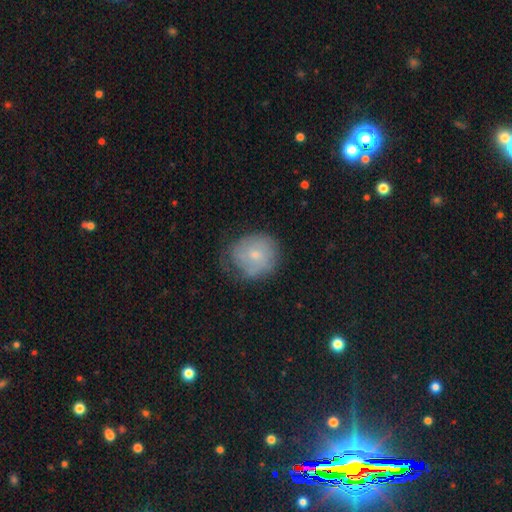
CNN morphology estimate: This is possibly a smooth galaxy (58%). How rounded: likely round (74%). Merging: possibly none (53%).